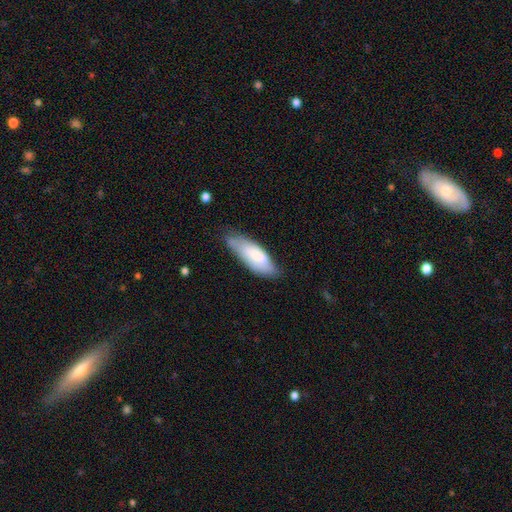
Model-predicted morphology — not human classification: Overall: smooth (71%). How rounded: in between (68%; cigar-shaped 30%). Merging: none (61%; minor disturbance 31%).